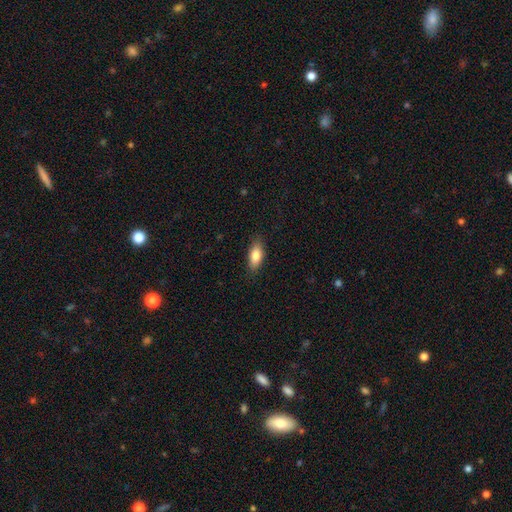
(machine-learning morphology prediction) smooth 80%, featured or disk 13%, star or artifact 7%. Down the decision tree: how rounded — in between (82%); merging — none (86%).